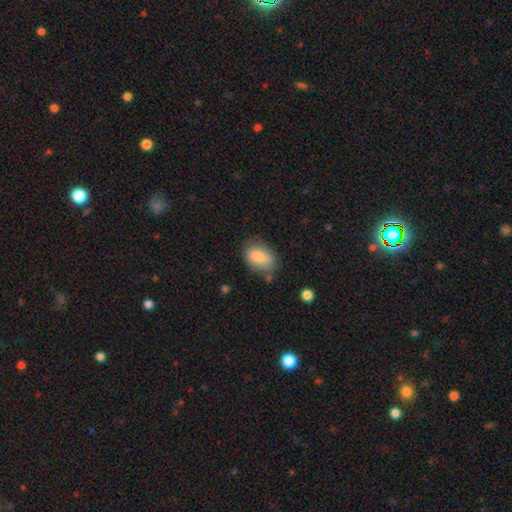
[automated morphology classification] smooth-or-featured: smooth: 80% | featured or disk: 12% | star or artifact: 8%
  how-rounded: in between: 86% | round: 12% | cigar-shaped: 2%
  merging: none: 68% | minor disturbance: 22% | major disturbance: 5% | merger: 5%